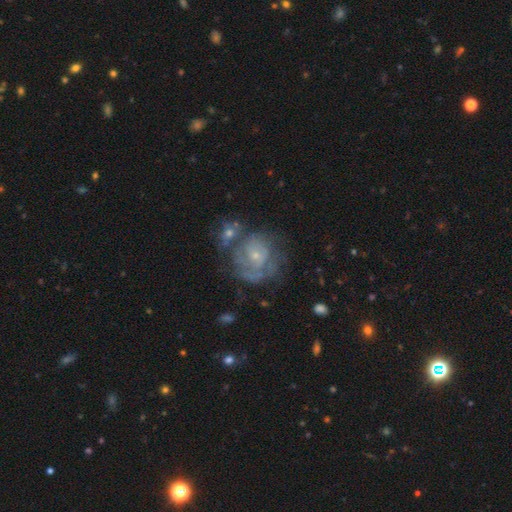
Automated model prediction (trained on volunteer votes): A featured or disk galaxy (72%) with no bar (74%), tight (62%) spiral arms (79%) and a small central bulge (70%).

Vote fractions:
- Smooth or featured? featured or disk: 72% / smooth: 19% / star or artifact: 9%
- Edge-on disk? no: 98% / yes: 2%
- Bar? no: 74% / weak: 22% / strong: 4%
- Spiral arms? yes: 79% / no: 21%
- Spiral winding? tight: 62% / medium: 28% / loose: 10%
- Spiral arm count? can't tell: 50% / 2: 21% / 3: 11% / 1: 8% / 4: 5% / more than 4: 4%
- Bulge size? small: 70% / moderate: 23% / none: 4% / large: 2% / dominant: 1%
- Merging? none: 50% / minor disturbance: 19% / merger: 17% / major disturbance: 14%